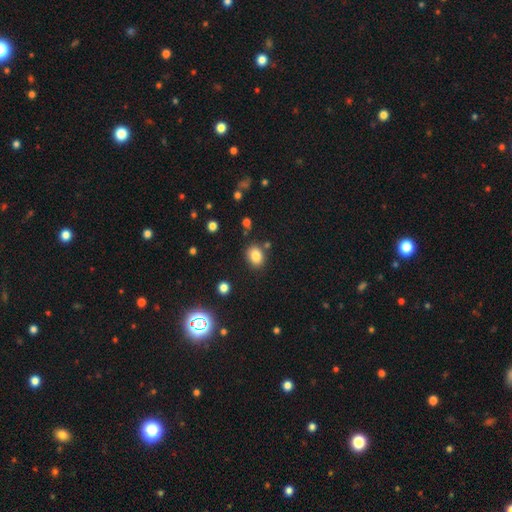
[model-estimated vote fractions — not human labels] Smooth or featured? Predicted: smooth (p=0.82). How rounded? Predicted: in between (p=0.55). Merging? Predicted: none (p=0.81).